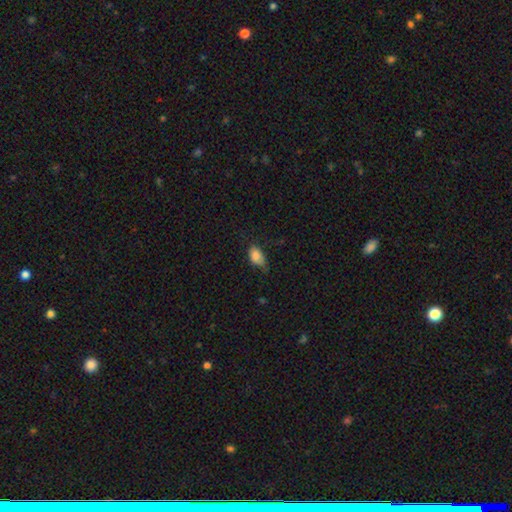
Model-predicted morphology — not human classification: Overall: smooth (84%). How rounded: in between (89%). Merging: none (47%; minor disturbance 39%).